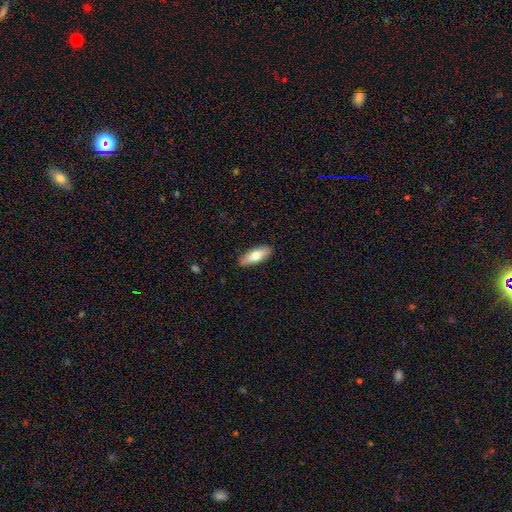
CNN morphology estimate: This appears to be a smooth galaxy with no disk features (72%) that is in between round and cigar-shaped (65%). Merging: none (89%).